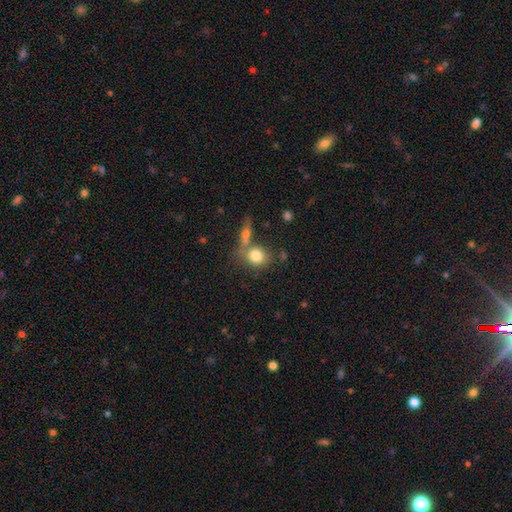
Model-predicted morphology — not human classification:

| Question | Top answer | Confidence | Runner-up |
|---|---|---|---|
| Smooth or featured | smooth | 79% | featured or disk (12%) |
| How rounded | round | 68% | in between (30%) |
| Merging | none | 55% | merger (27%) |